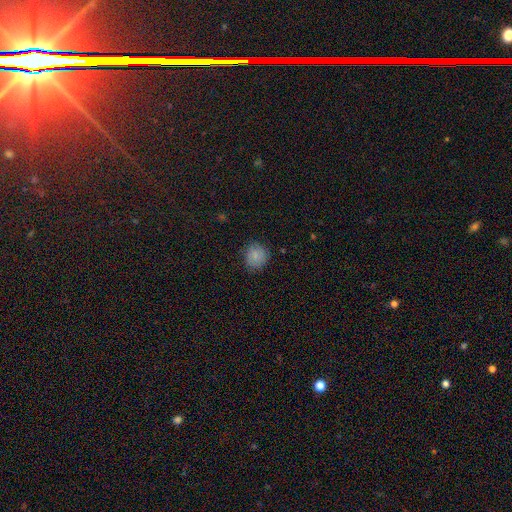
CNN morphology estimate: This appears to be a smooth galaxy with no disk features (80%) that is round (83%). Merging: none (79%).